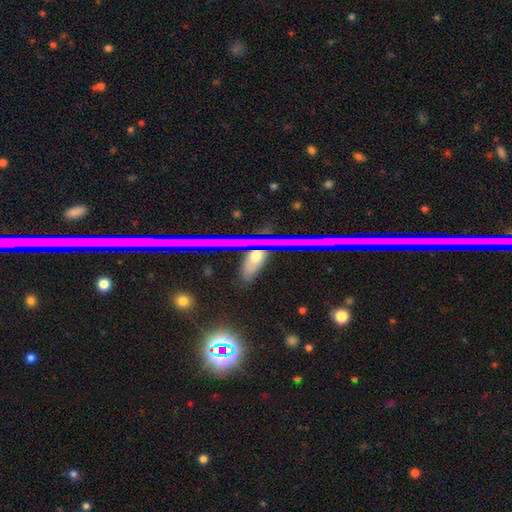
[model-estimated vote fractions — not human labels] This appears to be a smooth galaxy with no disk features (46%). Merging: none (80%).